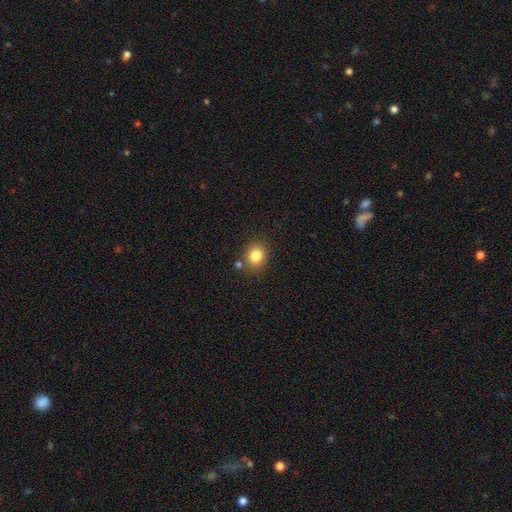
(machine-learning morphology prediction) Smooth or featured? smooth (83%)
How rounded? round (68%)
Merging? none (78%)